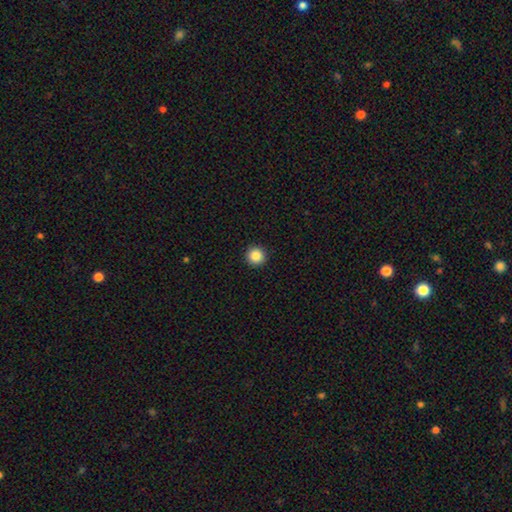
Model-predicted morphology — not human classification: Smooth or featured? smooth (86%)
How rounded? round (95%)
Merging? none (93%)